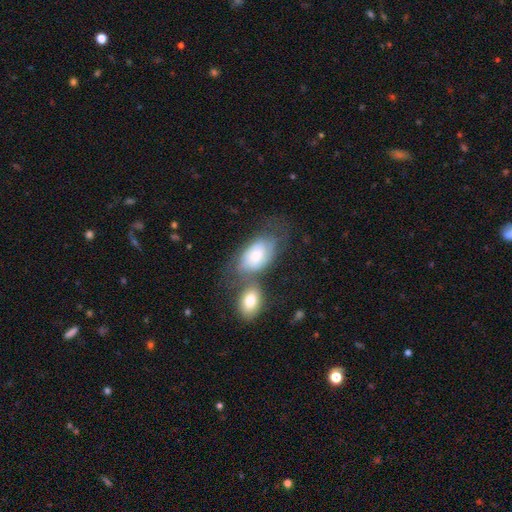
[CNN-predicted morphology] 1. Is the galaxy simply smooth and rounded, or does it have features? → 48% smooth, 43% featured or disk, 8% star or artifact.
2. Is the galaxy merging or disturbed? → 36% merger, 35% none, 18% minor disturbance, 12% major disturbance.